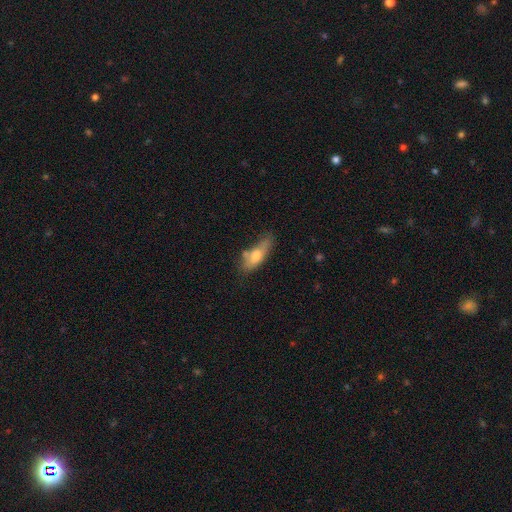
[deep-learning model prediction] A smooth galaxy with no disk features (66%) that is in between round and cigar-shaped (61%). Merging: none (53%).